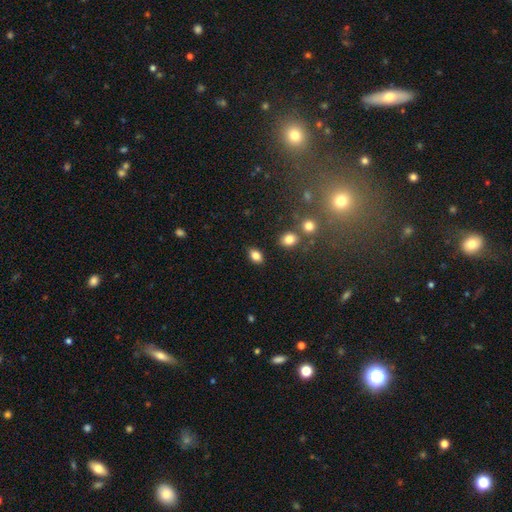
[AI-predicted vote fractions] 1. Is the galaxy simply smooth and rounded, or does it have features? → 84% smooth, 10% star or artifact, 6% featured or disk.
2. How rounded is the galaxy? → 83% in between, 15% round, 2% cigar-shaped.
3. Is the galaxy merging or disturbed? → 84% none, 10% minor disturbance, 3% merger, 3% major disturbance.